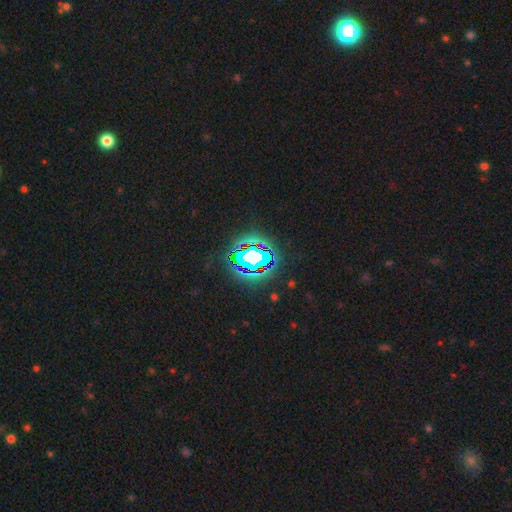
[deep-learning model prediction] Q: Smooth or featured?
A: star or artifact (67%); runner-up: smooth (17%)